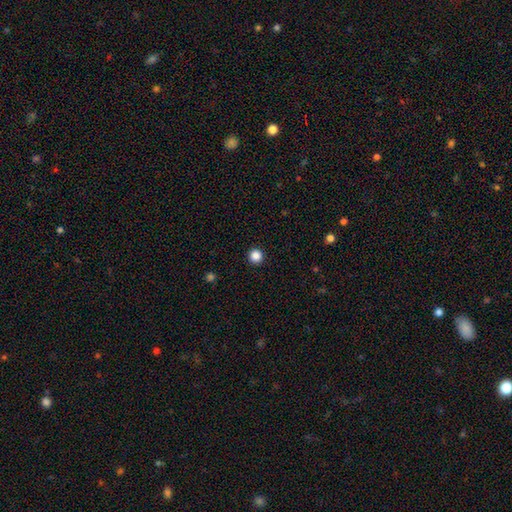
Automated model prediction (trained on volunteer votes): Q: Smooth or featured?
A: smooth (86%); runner-up: star or artifact (11%)
Q: How rounded?
A: round (96%); runner-up: in between (3%)
Q: Merging?
A: none (94%); runner-up: minor disturbance (4%)